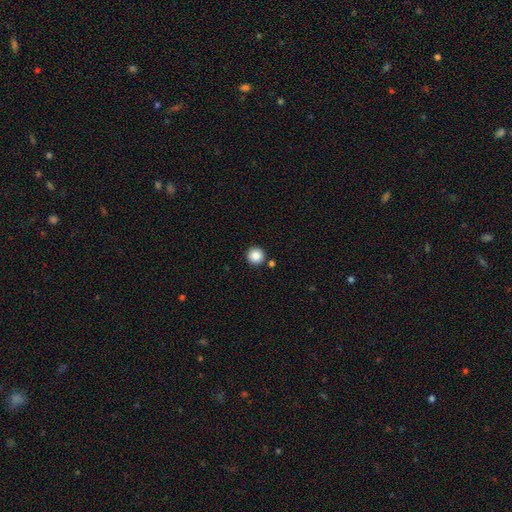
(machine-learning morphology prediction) Overall: smooth (87%). How rounded: round (96%). Merging: none (88%).